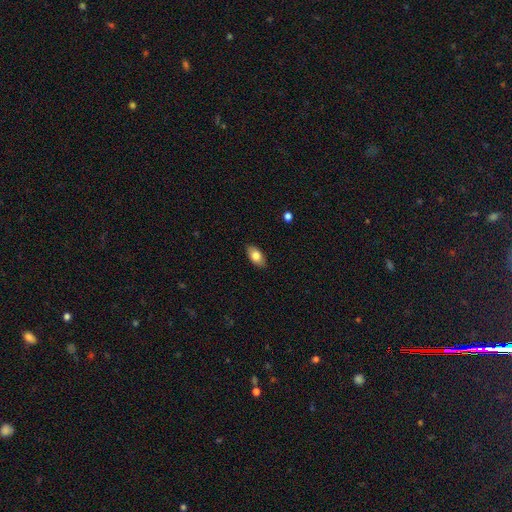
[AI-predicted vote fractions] smooth_or_featured: smooth (p=0.81) [alt: featured or disk p=0.12]
how_rounded: in between (p=0.92) [alt: round p=0.05]
merging: none (p=0.87) [alt: minor disturbance p=0.10]